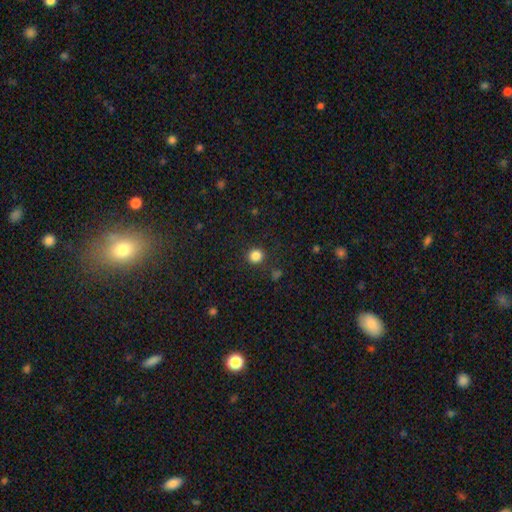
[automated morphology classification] This appears to be a smooth galaxy with no disk features (85%) that is round (89%). Merging: none (90%).